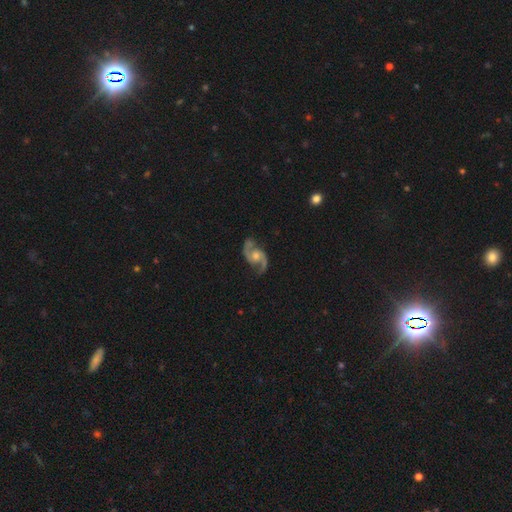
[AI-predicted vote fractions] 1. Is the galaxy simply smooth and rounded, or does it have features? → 92% featured or disk, 4% star or artifact, 3% smooth.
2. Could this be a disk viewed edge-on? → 98% no, 2% yes.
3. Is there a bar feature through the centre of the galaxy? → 60% no, 33% weak, 7% strong.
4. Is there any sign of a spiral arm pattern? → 98% yes, 2% no.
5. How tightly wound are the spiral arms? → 55% medium, 34% loose, 11% tight.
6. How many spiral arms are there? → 94% 2, 1% can't tell, 1% 3, 1% 1, 1% 4, 1% more than 4.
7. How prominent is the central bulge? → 56% moderate, 33% small, 6% large, 5% none, 1% dominant.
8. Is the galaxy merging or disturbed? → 81% none, 13% minor disturbance, 4% major disturbance, 2% merger.